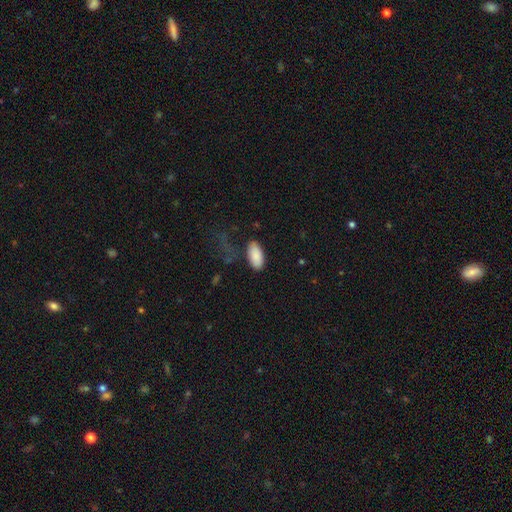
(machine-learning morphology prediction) Overall: smooth (88%). How rounded: in between (92%). Merging: none (76%).